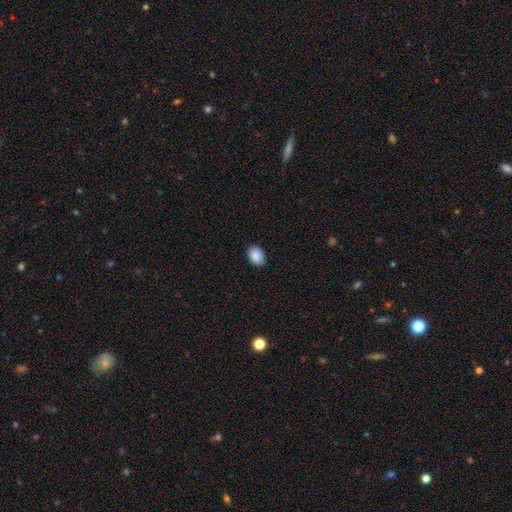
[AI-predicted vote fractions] smooth-or-featured: smooth: 90% | star or artifact: 7% | featured or disk: 3%
  how-rounded: in between: 76% | round: 23% | cigar-shaped: 1%
  merging: none: 89% | minor disturbance: 8% | major disturbance: 2% | merger: 1%